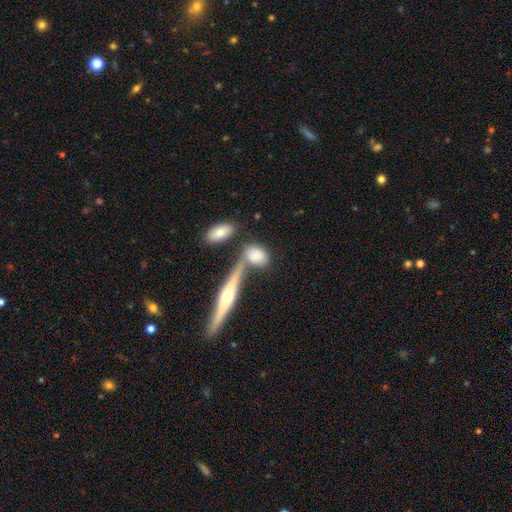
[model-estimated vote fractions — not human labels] This is likely a smooth galaxy (75%). How rounded: likely in between (65%). Merging: possibly none (46%).